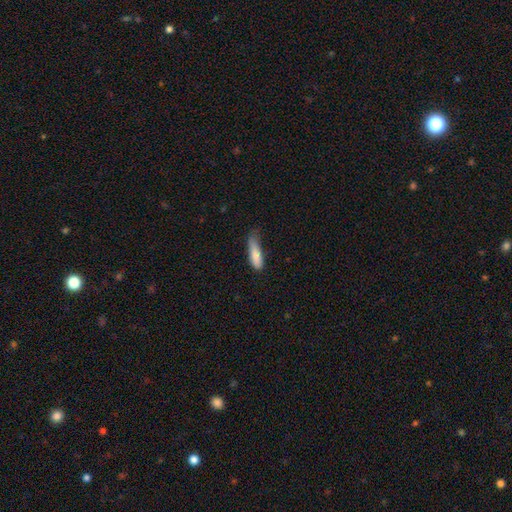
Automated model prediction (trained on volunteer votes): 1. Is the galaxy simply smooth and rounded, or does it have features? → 83% smooth, 11% featured or disk, 6% star or artifact.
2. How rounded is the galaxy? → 56% cigar-shaped, 42% in between, 2% round.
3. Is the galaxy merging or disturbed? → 45% minor disturbance, 37% none, 16% major disturbance, 2% merger.